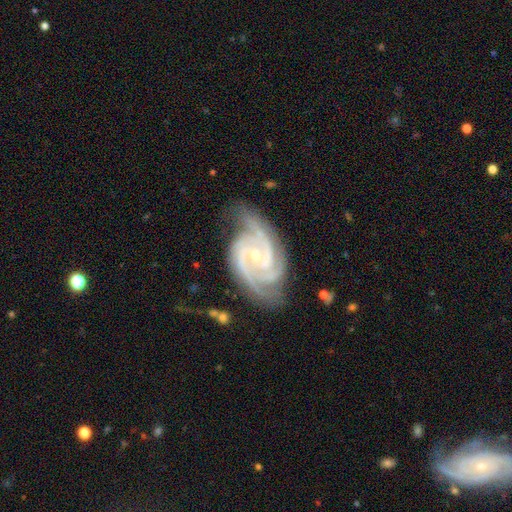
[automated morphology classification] smooth-or-featured: featured or disk: 93% | star or artifact: 4% | smooth: 3%
  disk-edge-on: no: 98% | yes: 2%
    bar: no: 50% | weak: 35% | strong: 15%
    has-spiral-arms: yes: 99% | no: 1%
      spiral-winding: tight: 59% | medium: 37% | loose: 4%
      spiral-arm-count: 3: 48% | 2: 24% | 4: 13% | can't tell: 7% | more than 4: 5% | 1: 4%
    bulge-size: small: 73% | moderate: 24% | none: 2% | large: 1% | dominant: 1%
  merging: none: 69% | minor disturbance: 22% | major disturbance: 7% | merger: 2%